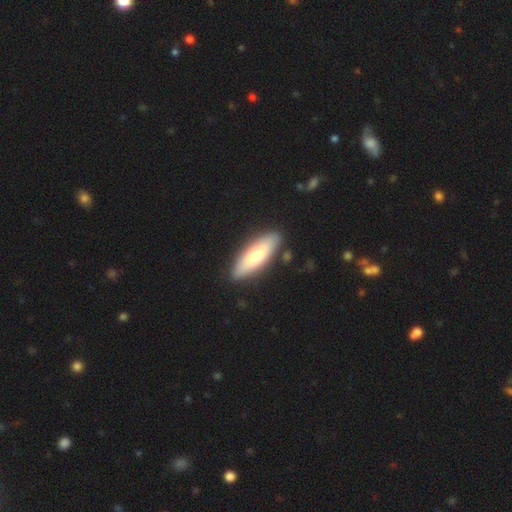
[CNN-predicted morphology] A smooth galaxy with no disk features (67%) that is in between round and cigar-shaped (50%). Merging: none (87%).